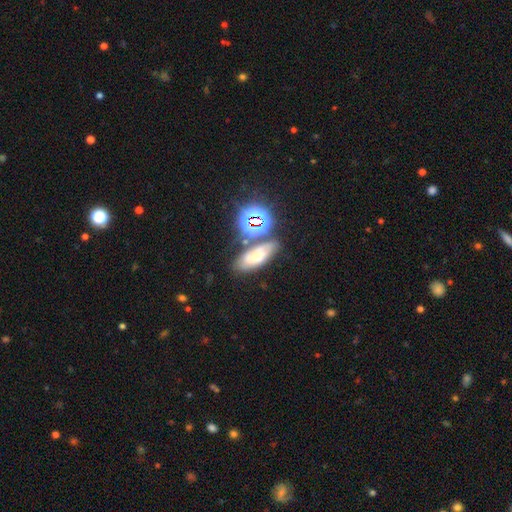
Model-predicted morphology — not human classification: Smooth or featured? Predicted: smooth (p=0.46). Merging? Predicted: none (p=0.59).